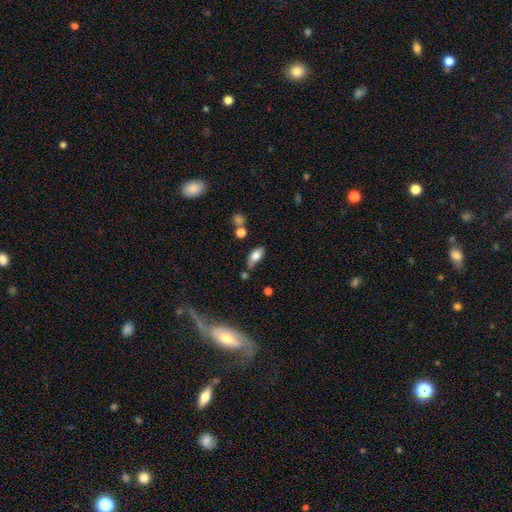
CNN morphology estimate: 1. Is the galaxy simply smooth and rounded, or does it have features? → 73% smooth, 19% featured or disk, 8% star or artifact.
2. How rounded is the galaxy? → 85% in between, 11% cigar-shaped, 5% round.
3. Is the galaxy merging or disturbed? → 59% none, 22% minor disturbance, 12% merger, 7% major disturbance.